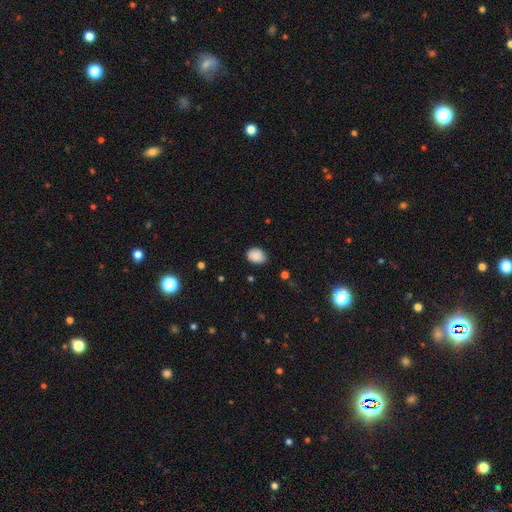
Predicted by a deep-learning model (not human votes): smooth-or-featured: smooth: 87% | star or artifact: 8% | featured or disk: 5%
  how-rounded: in between: 63% | round: 36% | cigar-shaped: 1%
  merging: none: 75% | minor disturbance: 20% | major disturbance: 3% | merger: 2%